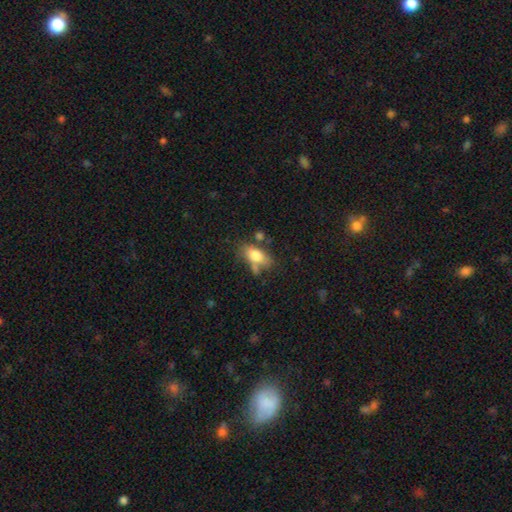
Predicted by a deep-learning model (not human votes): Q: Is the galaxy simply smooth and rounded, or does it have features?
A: smooth — 72%.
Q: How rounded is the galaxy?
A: in between — 84%.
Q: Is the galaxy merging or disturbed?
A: none — 48%.